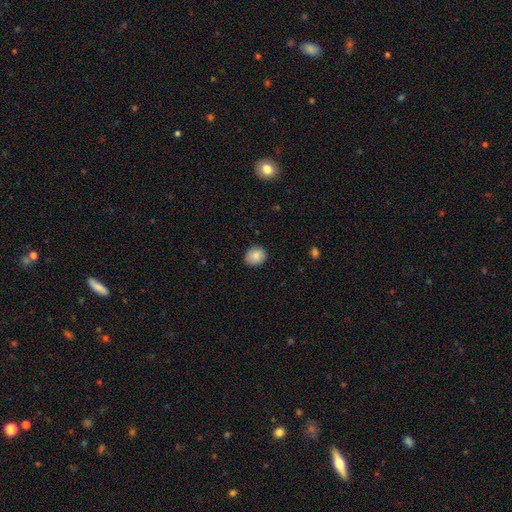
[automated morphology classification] smooth 85%, star or artifact 8%, featured or disk 7%. Down the decision tree: how rounded — round (62%); merging — none (83%).